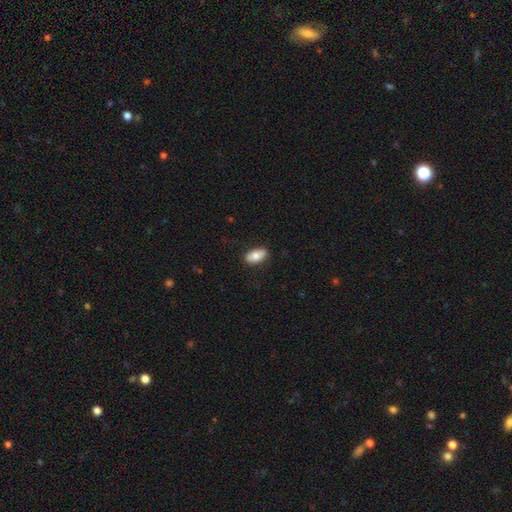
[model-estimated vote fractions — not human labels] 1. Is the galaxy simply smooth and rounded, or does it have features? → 75% smooth, 18% featured or disk, 6% star or artifact.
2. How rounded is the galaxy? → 92% in between, 4% round, 4% cigar-shaped.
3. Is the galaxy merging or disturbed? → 84% none, 12% minor disturbance, 3% major disturbance, 1% merger.